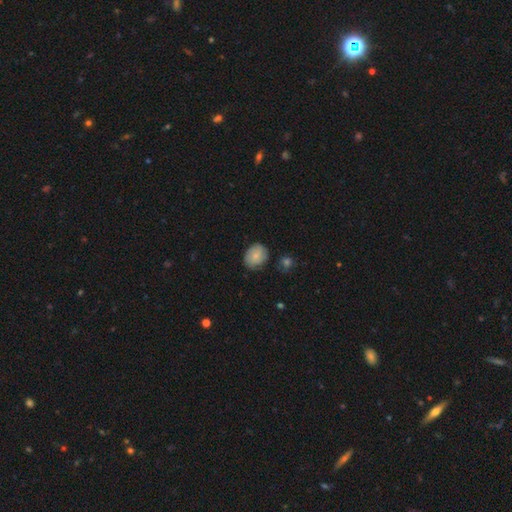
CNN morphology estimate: The model was most divided on "how rounded": round: 50%, in between: 49%, cigar-shaped: 1%. More confident: merging — none (69%); smooth or featured — smooth (64%).